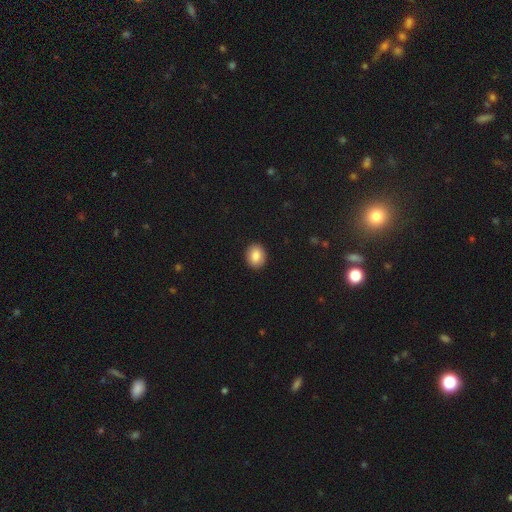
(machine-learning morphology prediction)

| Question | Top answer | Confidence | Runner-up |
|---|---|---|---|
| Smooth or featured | smooth | 86% | star or artifact (8%) |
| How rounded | in between | 51% | round (48%) |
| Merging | none | 91% | minor disturbance (6%) |